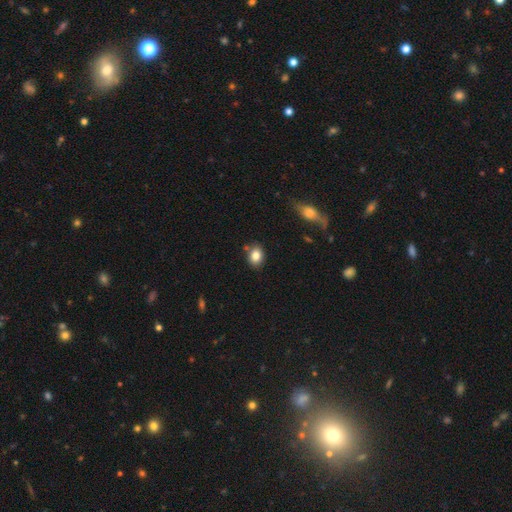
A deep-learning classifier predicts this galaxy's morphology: smooth 83%, star or artifact 9%, featured or disk 8%. Down the decision tree: how rounded — in between (61%); merging — none (80%).